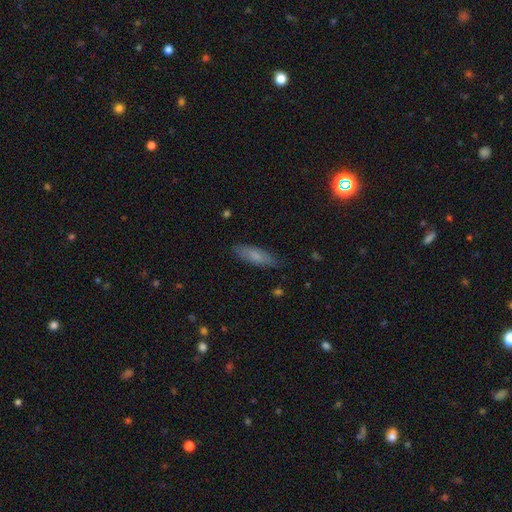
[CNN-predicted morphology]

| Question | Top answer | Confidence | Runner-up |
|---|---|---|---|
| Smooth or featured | smooth | 76% | featured or disk (17%) |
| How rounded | cigar-shaped | 56% | in between (42%) |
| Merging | none | 85% | minor disturbance (11%) |